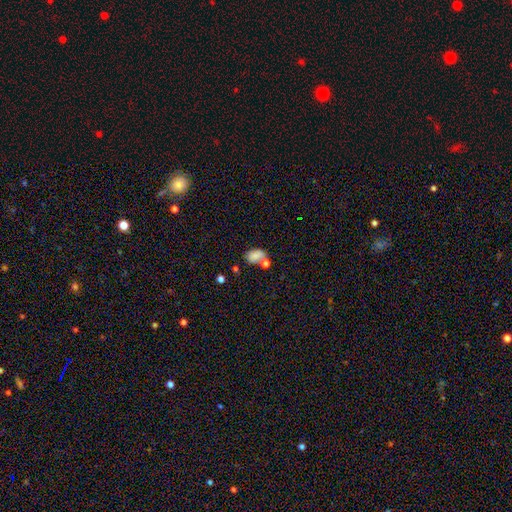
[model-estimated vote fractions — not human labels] Morphology: type=smooth (79%); roundness=in between (82%); merging=none (44%).